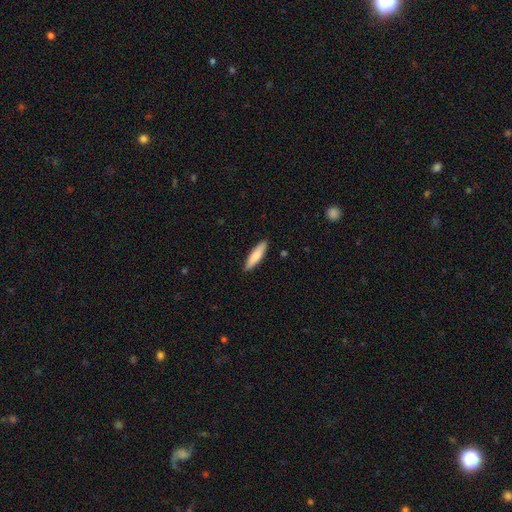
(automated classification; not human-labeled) Morphology: type=smooth (80%); roundness=cigar-shaped (74%); merging=none (90%).